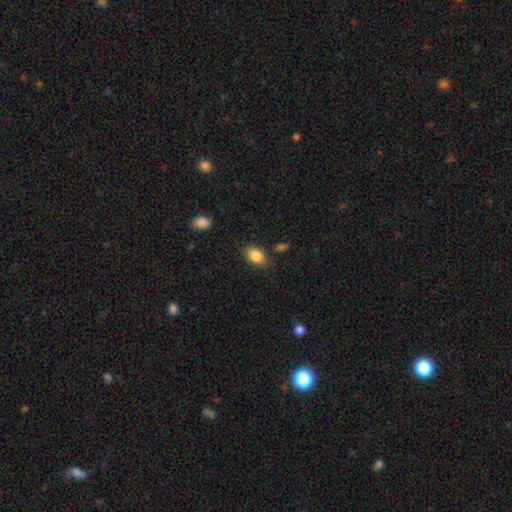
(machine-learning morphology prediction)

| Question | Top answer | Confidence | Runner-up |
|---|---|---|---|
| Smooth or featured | smooth | 85% | star or artifact (8%) |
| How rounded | in between | 84% | round (15%) |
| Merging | none | 81% | minor disturbance (13%) |